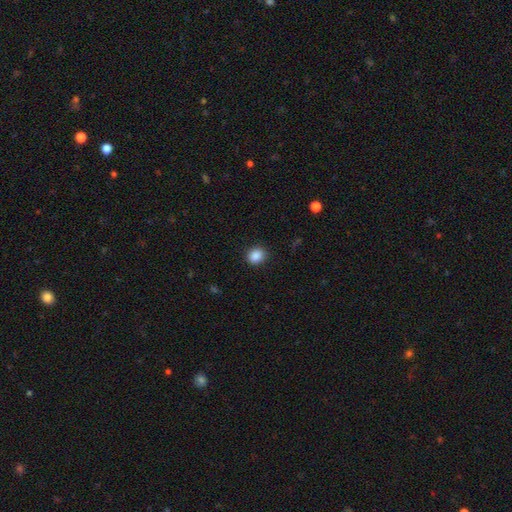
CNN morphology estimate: A smooth galaxy with no disk features (88%) that is round (69%). Merging: none (89%).